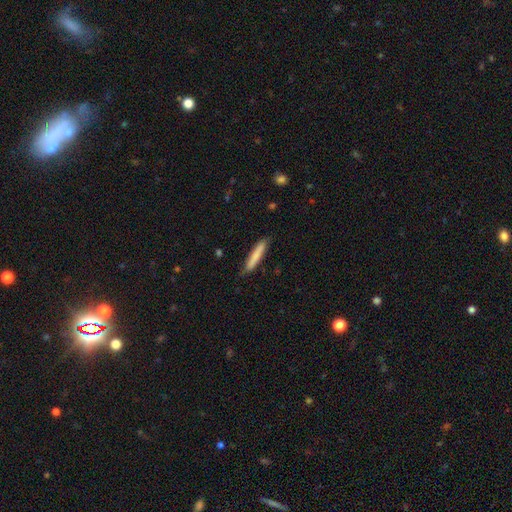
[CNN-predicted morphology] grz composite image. It shows a smooth galaxy with no disk features (79%) that is cigar-shaped (93%). Merging: none (83%).